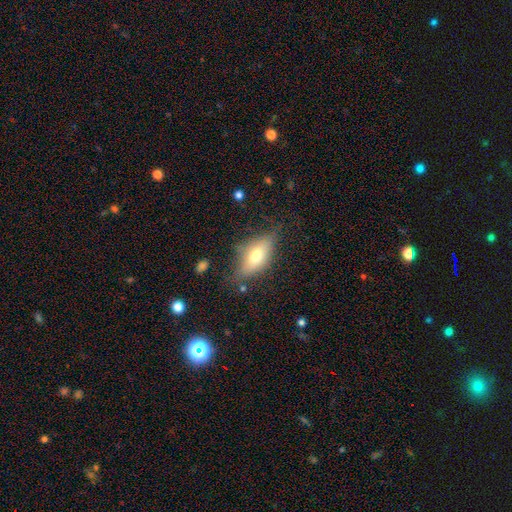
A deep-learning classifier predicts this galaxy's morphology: Smooth or featured? smooth (60%)
How rounded? in between (81%)
Merging? none (65%)